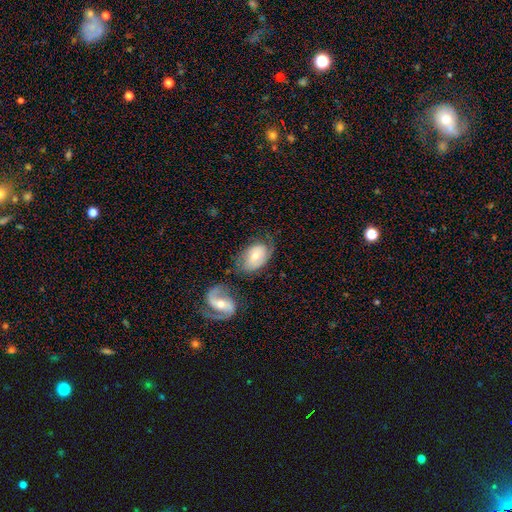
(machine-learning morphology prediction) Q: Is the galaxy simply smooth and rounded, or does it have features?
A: featured or disk — 50%.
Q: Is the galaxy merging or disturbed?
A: none — 43%.